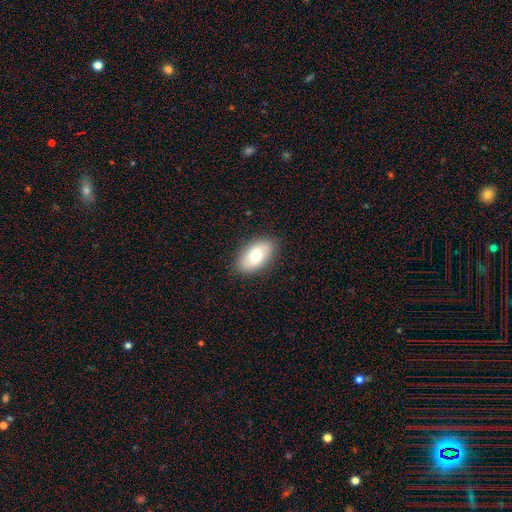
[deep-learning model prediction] A smooth galaxy with no disk features (71%) that is in between round and cigar-shaped (92%). Merging: none (87%).